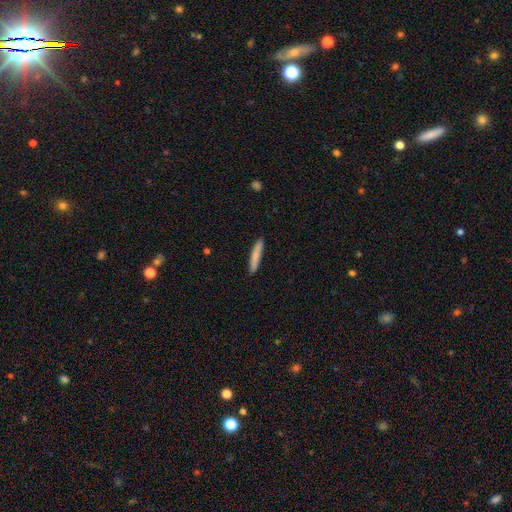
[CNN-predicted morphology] A smooth galaxy with no disk features (81%) that is cigar-shaped (94%).

Vote fractions:
- Smooth or featured? smooth: 81% / featured or disk: 14% / star or artifact: 6%
- How rounded? cigar-shaped: 94% / in between: 5% / round: 1%
- Merging? none: 90% / minor disturbance: 7% / major disturbance: 1% / merger: 1%